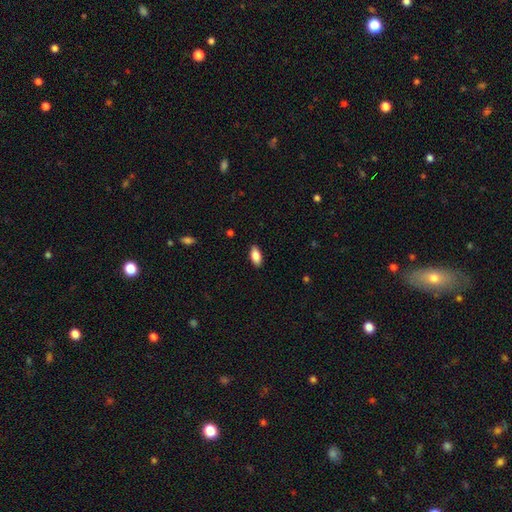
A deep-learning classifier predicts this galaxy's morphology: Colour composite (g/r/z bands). It shows a smooth galaxy with no disk features (86%) that is in between round and cigar-shaped (89%). Merging: none (88%).